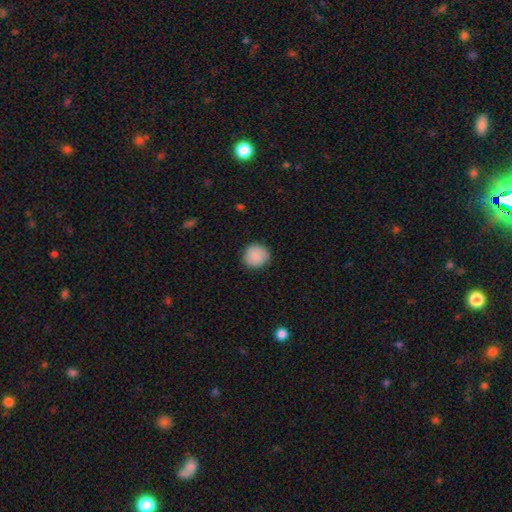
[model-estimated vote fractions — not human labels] smooth_or_featured: smooth (p=0.88) [alt: star or artifact p=0.07]
how_rounded: round (p=0.89) [alt: in between p=0.11]
merging: none (p=0.85) [alt: minor disturbance p=0.12]